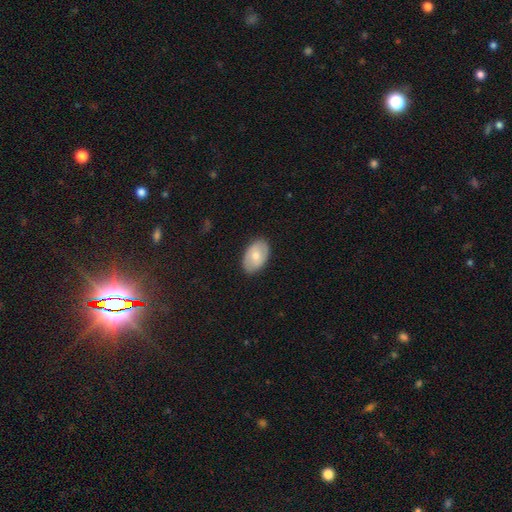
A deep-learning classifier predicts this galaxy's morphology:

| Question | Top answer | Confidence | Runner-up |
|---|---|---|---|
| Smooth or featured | smooth | 65% | featured or disk (29%) |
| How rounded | in between | 88% | round (10%) |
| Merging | none | 86% | minor disturbance (10%) |